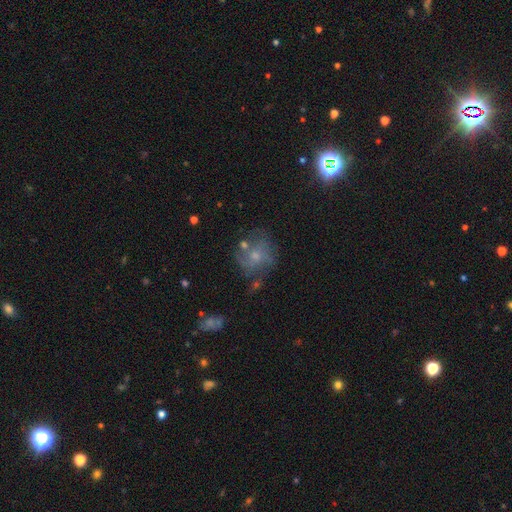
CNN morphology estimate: Smooth or featured: featured or disk — 51% (smooth — 34%)
Edge-on disk: no — 97% (yes — 3%)
Merging: none — 53% (minor disturbance — 21%)